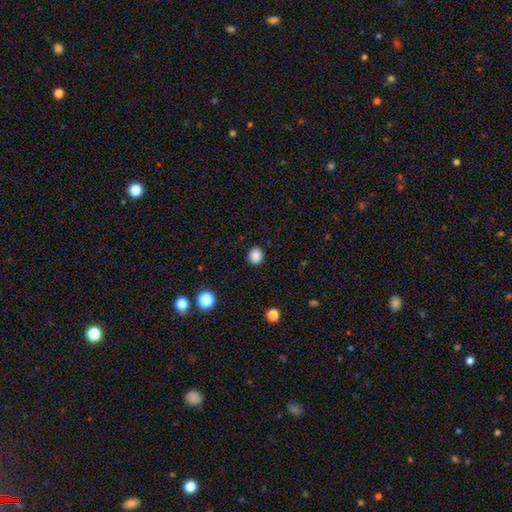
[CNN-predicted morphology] Smooth or featured? Predicted: smooth (p=0.87). How rounded? Predicted: round (p=0.71). Merging? Predicted: none (p=0.90).